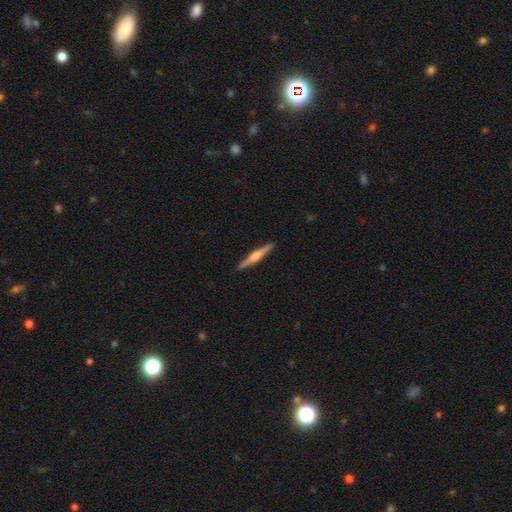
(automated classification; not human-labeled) featured or disk 70%, smooth 25%, star or artifact 5%. Down the decision tree: edge-on disk — yes (98%); edge-on bulge — rounded (80%); merging — none (92%).